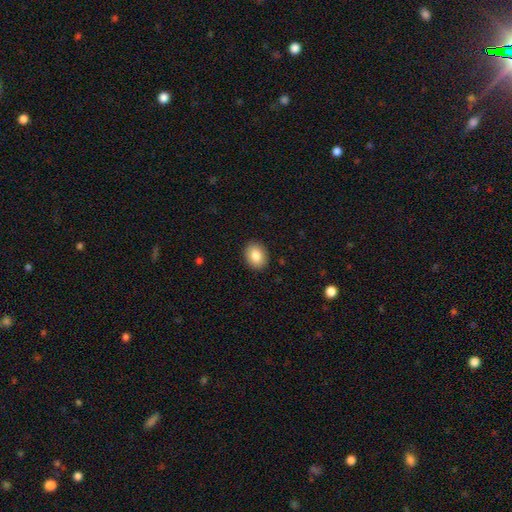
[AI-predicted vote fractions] smooth-or-featured: smooth: 85% | star or artifact: 8% | featured or disk: 7%
  how-rounded: in between: 58% | round: 41% | cigar-shaped: 1%
  merging: none: 90% | minor disturbance: 7% | major disturbance: 2% | merger: 1%